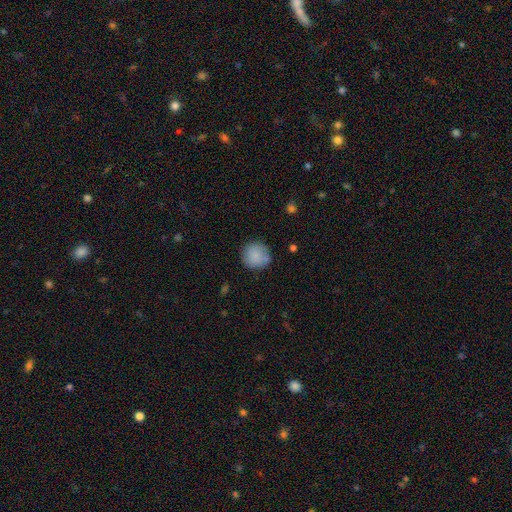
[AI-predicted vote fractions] smooth_or_featured: smooth (p=0.85) [alt: star or artifact p=0.08]
how_rounded: round (p=0.93) [alt: in between p=0.06]
merging: none (p=0.80) [alt: minor disturbance p=0.14]